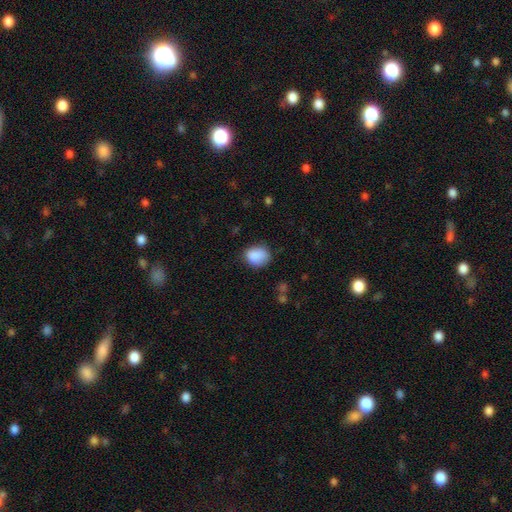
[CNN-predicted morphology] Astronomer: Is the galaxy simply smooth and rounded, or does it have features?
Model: smooth — 85%.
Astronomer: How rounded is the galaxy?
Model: in between — 50% (runner-up: round, 49%).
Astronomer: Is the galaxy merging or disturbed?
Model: none — 64%.